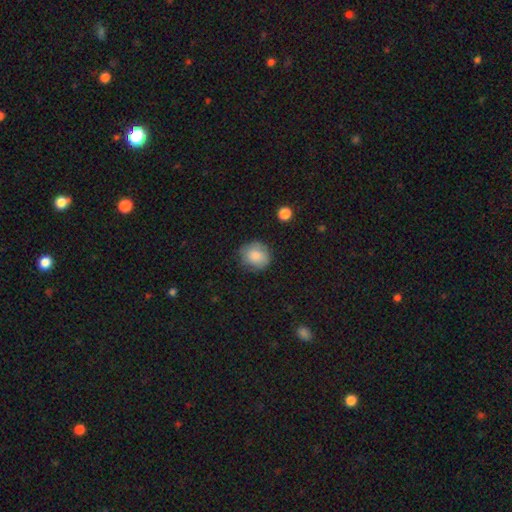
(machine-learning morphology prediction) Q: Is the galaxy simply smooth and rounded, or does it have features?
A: smooth — 84%.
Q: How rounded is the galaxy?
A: round — 83%.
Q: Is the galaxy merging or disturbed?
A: none — 77%.